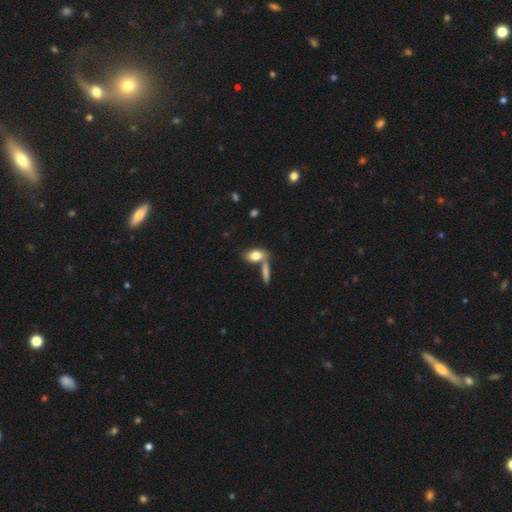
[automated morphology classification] A smooth galaxy with no disk features (77%) that is in between round and cigar-shaped (81%).

Vote fractions:
- Smooth or featured? smooth: 77% / featured or disk: 16% / star or artifact: 7%
- How rounded? in between: 81% / cigar-shaped: 12% / round: 7%
- Merging? none: 51% / merger: 32% / minor disturbance: 12% / major disturbance: 5%